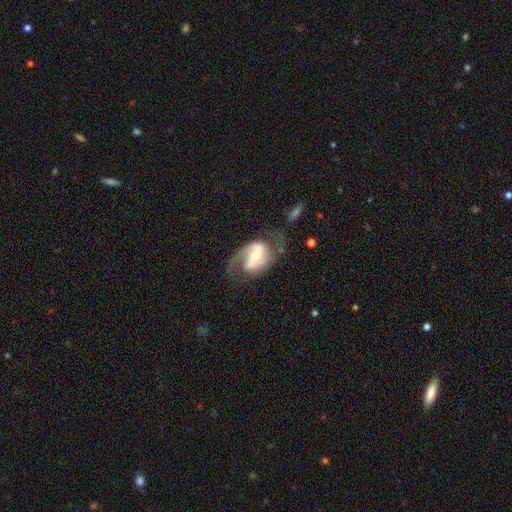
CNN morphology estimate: featured or disk 86%, smooth 9%, star or artifact 5%. Down the decision tree: edge-on disk — no (97%); bar — weak (44%); spiral arms — yes (95%); spiral arm count — 2 (85%); spiral winding — medium (52%); bulge size — moderate (58%); merging — none (61%).